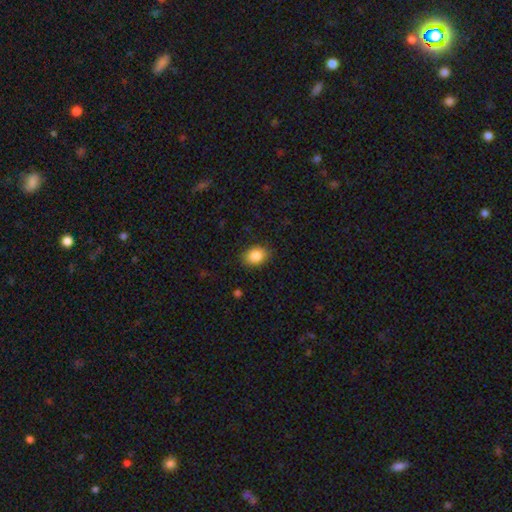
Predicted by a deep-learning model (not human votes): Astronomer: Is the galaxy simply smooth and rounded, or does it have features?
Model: smooth — 87%.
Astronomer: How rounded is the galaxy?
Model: in between — 73%.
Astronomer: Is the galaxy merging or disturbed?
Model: none — 87%.